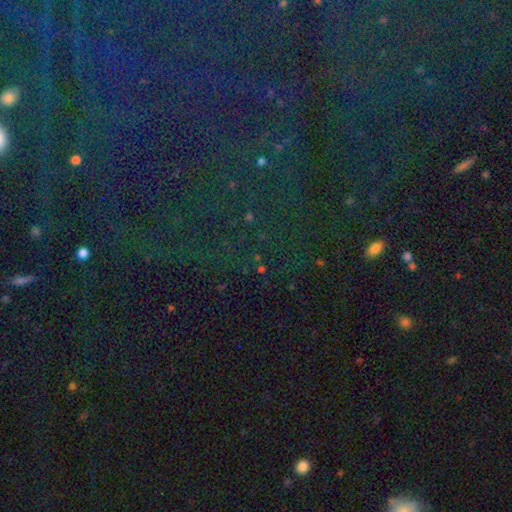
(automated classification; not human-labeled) Smooth or featured? star or artifact (83%)